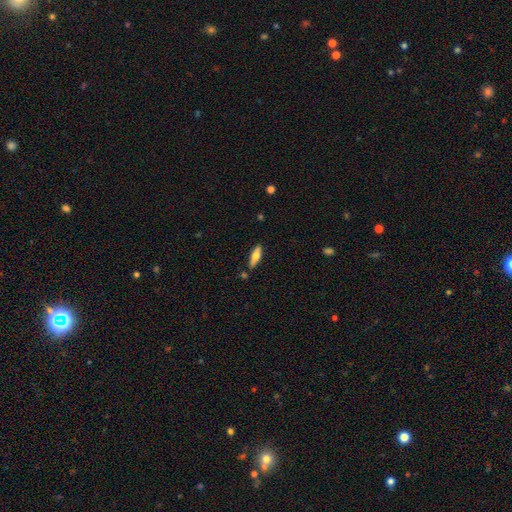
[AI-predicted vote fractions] smooth 58%, featured or disk 36%, star or artifact 6%. Down the decision tree: how rounded — in between (52%); merging — none (82%).